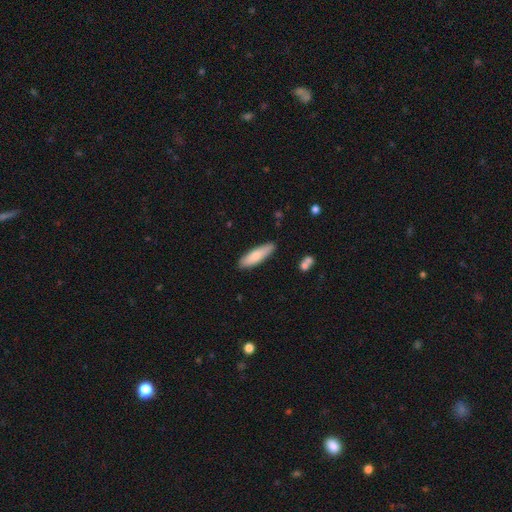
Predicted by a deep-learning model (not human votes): Smooth or featured? smooth (78%)
How rounded? cigar-shaped (61%)
Merging? none (85%)